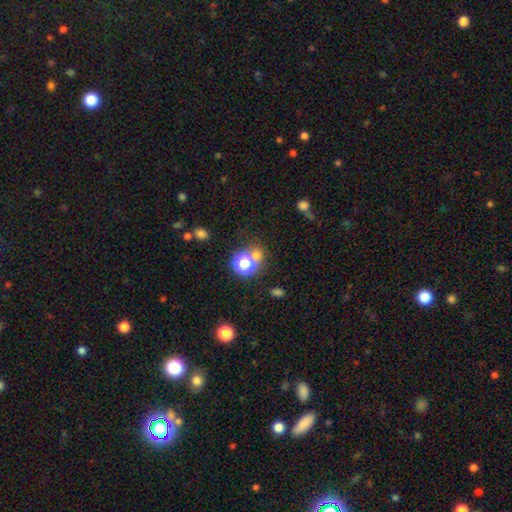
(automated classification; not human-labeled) Smooth or featured?
  - smooth: 61% *
  - star or artifact: 31%
  - featured or disk: 8%
How rounded?
  - round: 82% *
  - in between: 17%
  - cigar-shaped: 1%
Merging?
  - none: 58% *
  - merger: 29%
  - minor disturbance: 8%
  - major disturbance: 5%